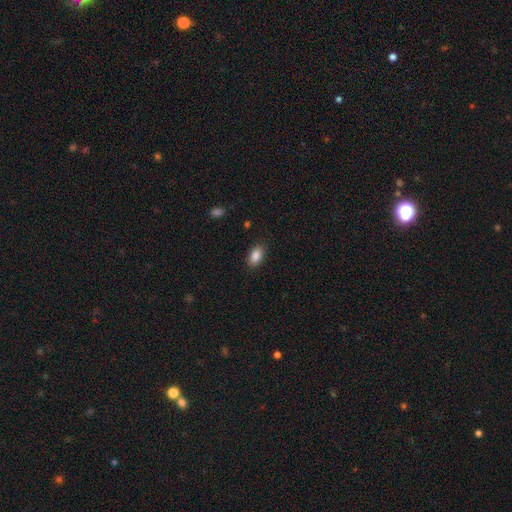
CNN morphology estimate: This is clearly a smooth galaxy (87%). How rounded: clearly in between (90%). Merging: clearly none (86%).